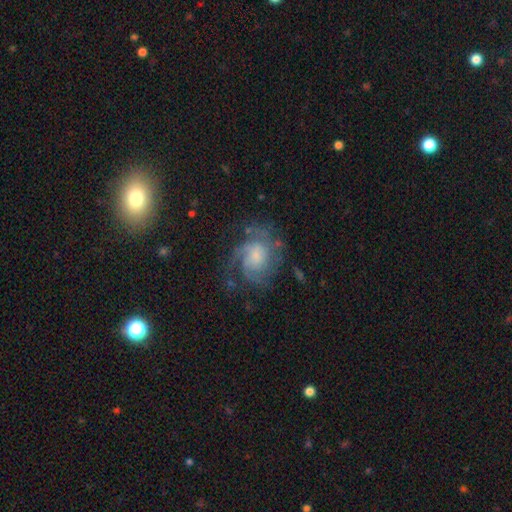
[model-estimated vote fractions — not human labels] This is likely a featured or disk galaxy (79%). It is clearly not viewed edge-on (98%). Bar: likely no (69%). Spiral arm pattern: clearly yes (94%). Spiral arm count: marginally 3 (27%, tied with can't tell). Spiral winding: marginally tight (44%). Central bulge: possibly small (45%). Merging: likely none (62%).